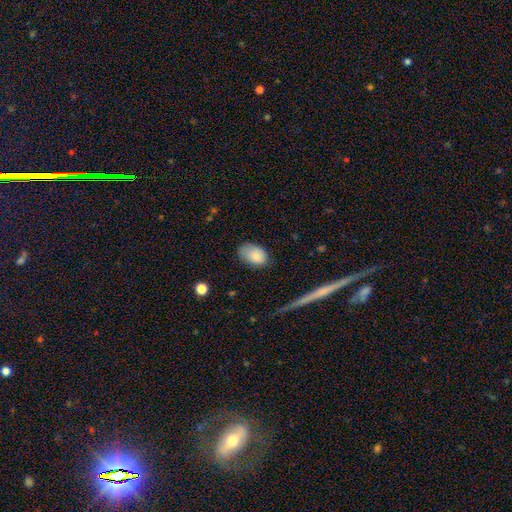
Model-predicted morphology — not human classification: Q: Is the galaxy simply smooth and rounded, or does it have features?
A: smooth — 84%.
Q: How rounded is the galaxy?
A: in between — 88%.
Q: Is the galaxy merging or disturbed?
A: none — 65%.